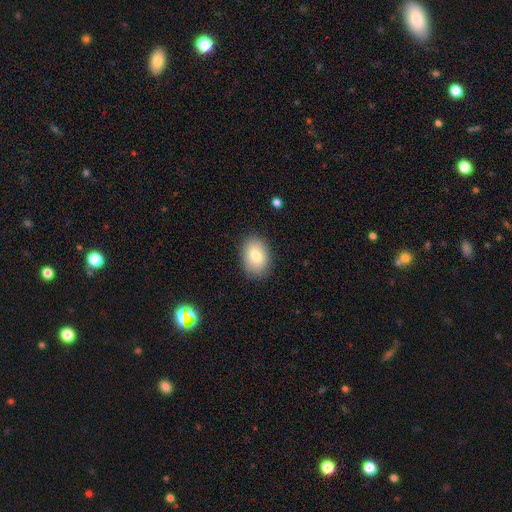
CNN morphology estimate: The model was most divided on "how rounded": in between: 81%, round: 18%, cigar-shaped: 1%. More confident: merging — none (86%); smooth or featured — smooth (79%).